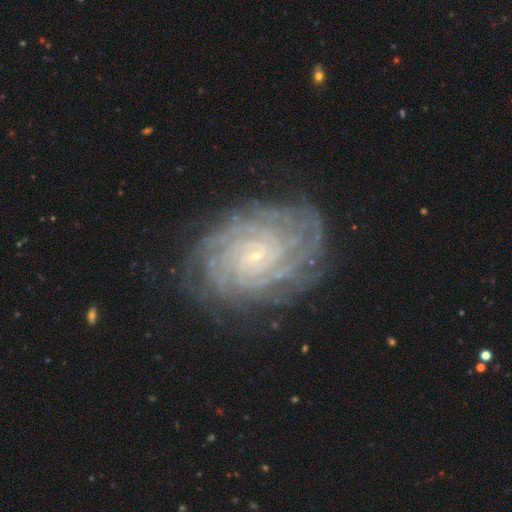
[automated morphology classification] Overall: featured or disk (88%). Edge-on disk: no (97%). Bar: no (70%). Spiral arms: yes (98%). Spiral arm count: more than 4 (29%; can't tell 24%). Spiral winding: tight (87%). Bulge size: small (89%). Merging: none (81%).